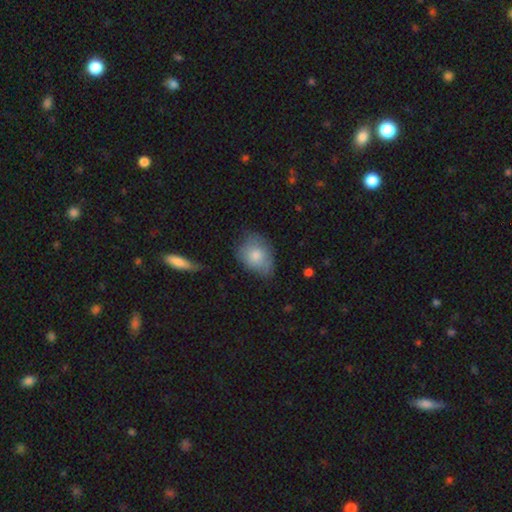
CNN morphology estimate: smooth 77%, featured or disk 16%, star or artifact 7%. Down the decision tree: how rounded — in between (68%); merging — none (54%).